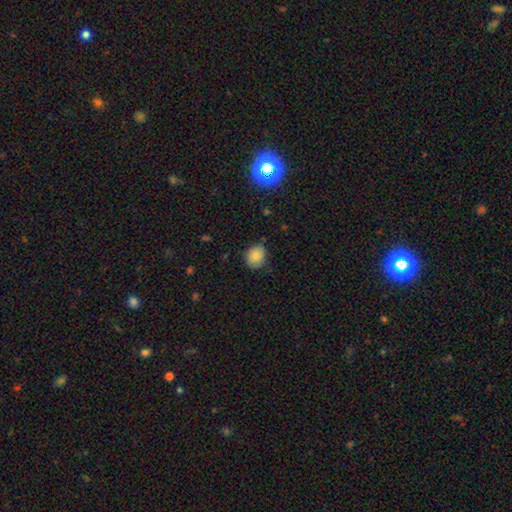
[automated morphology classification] smooth_or_featured: smooth (p=0.83) [alt: star or artifact p=0.10]
how_rounded: round (p=0.66) [alt: in between p=0.33]
merging: none (p=0.79) [alt: minor disturbance p=0.16]